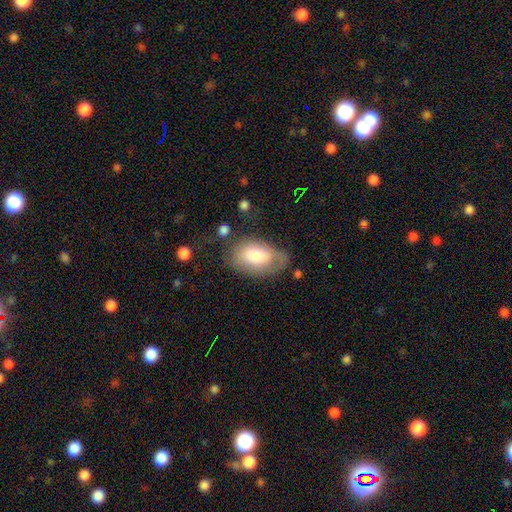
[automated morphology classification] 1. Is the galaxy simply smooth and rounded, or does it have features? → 73% smooth, 20% featured or disk, 7% star or artifact.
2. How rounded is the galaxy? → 92% in between, 6% round, 2% cigar-shaped.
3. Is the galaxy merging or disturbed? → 53% none, 30% minor disturbance, 13% major disturbance, 4% merger.